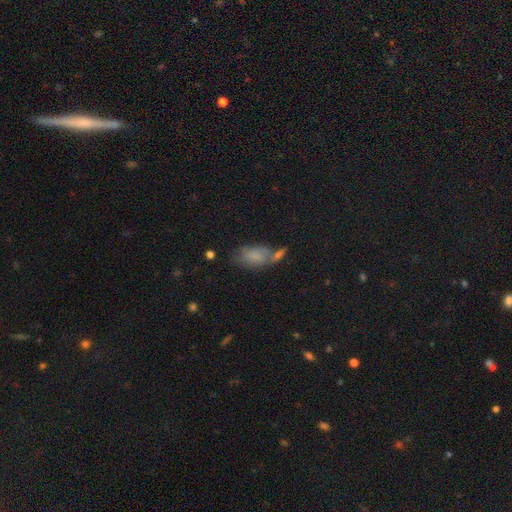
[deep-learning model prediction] A smooth galaxy with no disk features (72%) that is in between round and cigar-shaped (90%). Merging: none (37%).